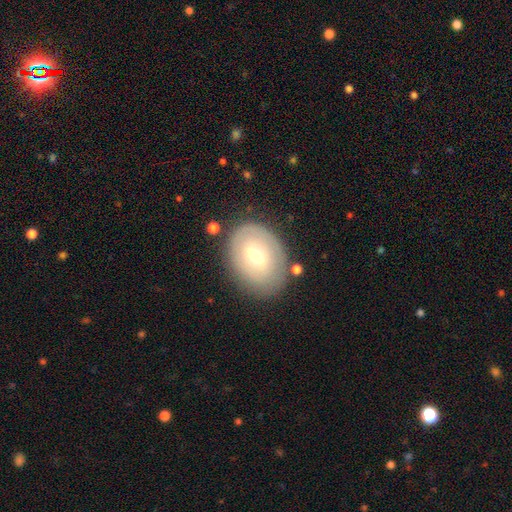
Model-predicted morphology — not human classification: This appears to be a featured or disk galaxy (47%). Merging: none (76%).